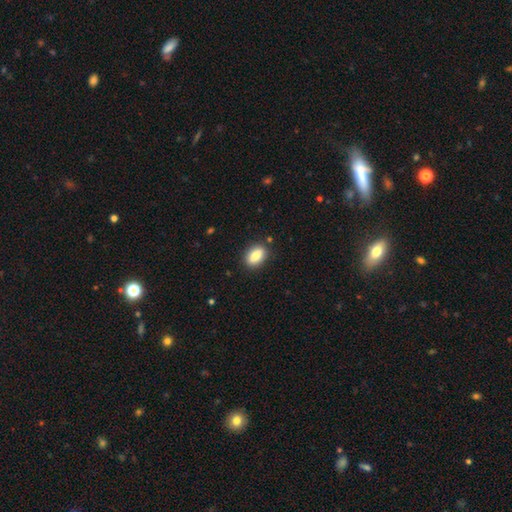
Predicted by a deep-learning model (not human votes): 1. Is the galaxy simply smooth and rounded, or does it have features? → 84% smooth, 9% featured or disk, 8% star or artifact.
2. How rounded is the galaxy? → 86% in between, 10% round, 4% cigar-shaped.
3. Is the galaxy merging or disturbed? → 87% none, 10% minor disturbance, 2% major disturbance, 2% merger.